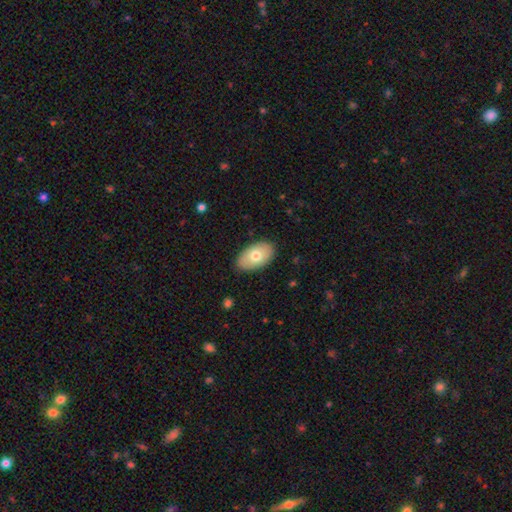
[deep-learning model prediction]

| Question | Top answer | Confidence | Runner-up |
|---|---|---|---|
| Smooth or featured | smooth | 72% | featured or disk (22%) |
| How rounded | in between | 93% | round (5%) |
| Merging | none | 86% | minor disturbance (11%) |